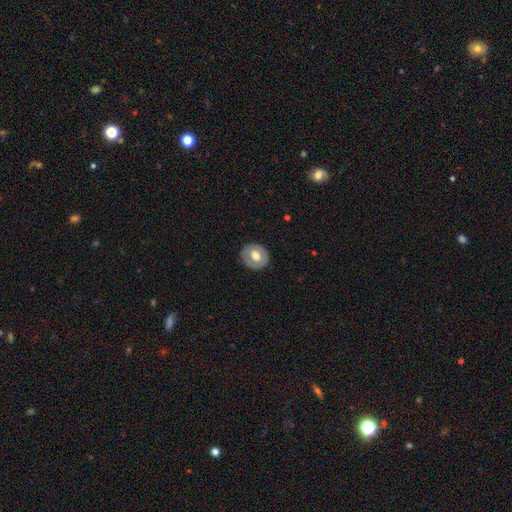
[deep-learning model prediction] A smooth galaxy with no disk features (54%) that is round (71%). Merging: none (86%).